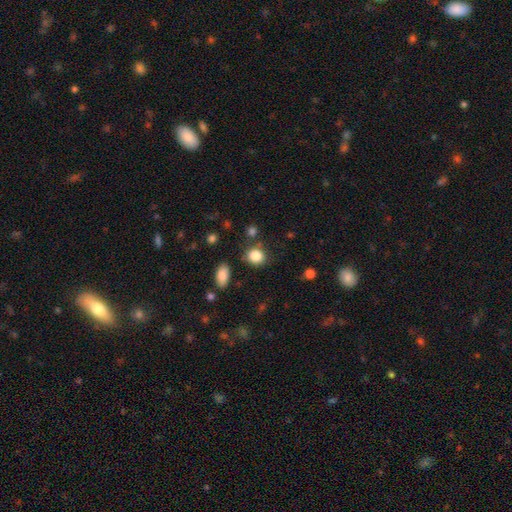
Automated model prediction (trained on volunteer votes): Smooth or featured? smooth (85%)
How rounded? round (63%)
Merging? none (76%)